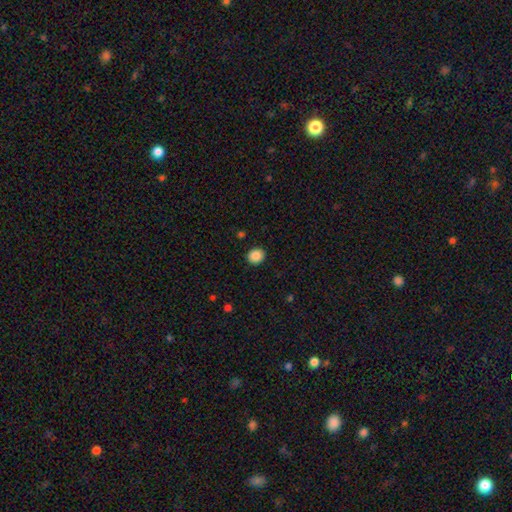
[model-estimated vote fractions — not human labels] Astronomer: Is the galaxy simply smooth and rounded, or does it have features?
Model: smooth — 88%.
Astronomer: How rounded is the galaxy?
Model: round — 73%.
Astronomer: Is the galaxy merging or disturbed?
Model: none — 90%.